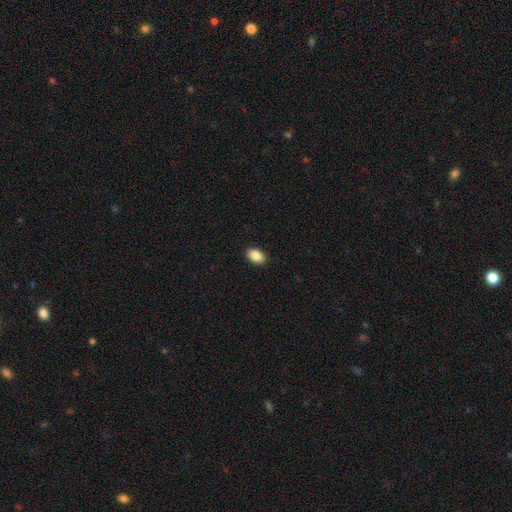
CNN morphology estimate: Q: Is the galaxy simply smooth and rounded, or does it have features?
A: smooth — 89%.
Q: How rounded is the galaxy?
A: in between — 87%.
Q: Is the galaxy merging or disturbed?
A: none — 90%.